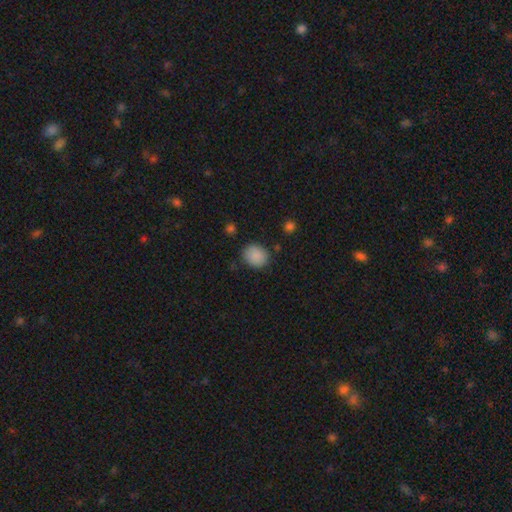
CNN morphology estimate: type=smooth (88%); roundness=round (63%); merging=none (81%).